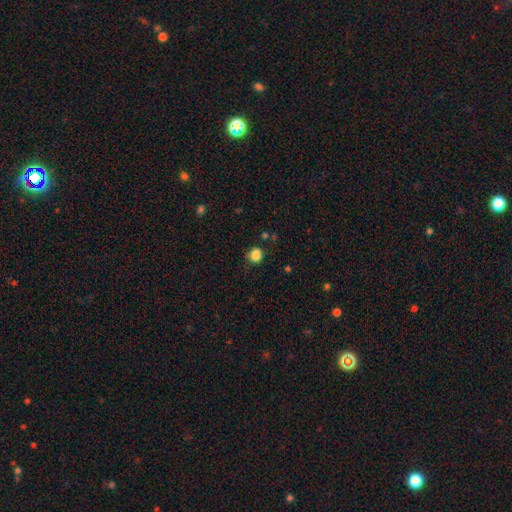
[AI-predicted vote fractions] A smooth galaxy with no disk features (85%) that is round (71%).

Vote fractions:
- Smooth or featured? smooth: 85% / star or artifact: 11% / featured or disk: 4%
- How rounded? round: 71% / in between: 28% / cigar-shaped: 1%
- Merging? none: 76% / minor disturbance: 17% / major disturbance: 4% / merger: 2%